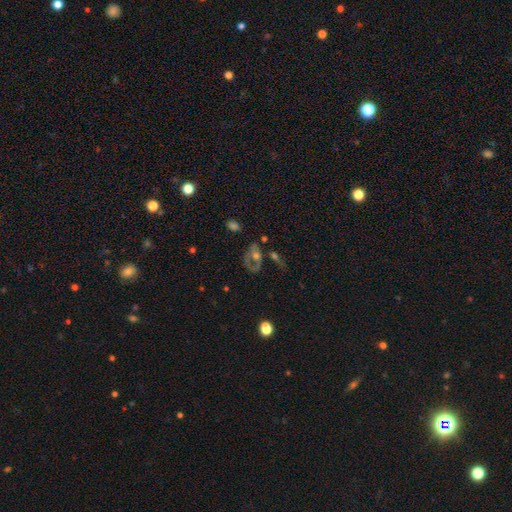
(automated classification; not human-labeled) The model was most divided on "merging": none: 42%, major disturbance: 26%, minor disturbance: 19%, merger: 13%. More confident: edge-on disk — no (93%); bar — no (78%); spiral arms — no (68%); bulge size — moderate (60%); smooth or featured — featured or disk (59%).